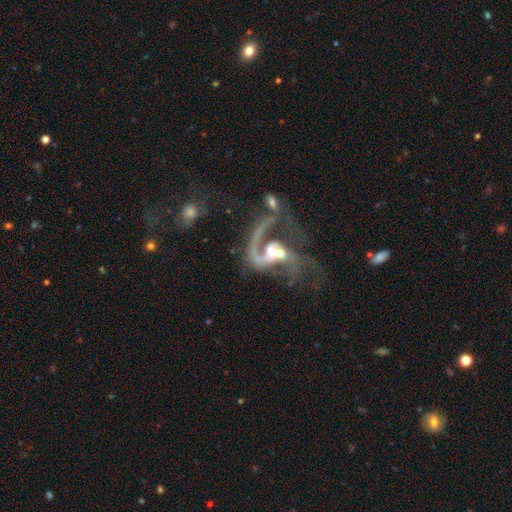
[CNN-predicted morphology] This is clearly a featured or disk galaxy (82%). It is clearly not viewed edge-on (96%). Bar: marginally no (40%). Spiral arm pattern: clearly yes (84%). Spiral arm count: possibly 2 (59%). Spiral winding: likely loose (61%). Central bulge: possibly moderate (53%). Merging: marginally major disturbance (38%).